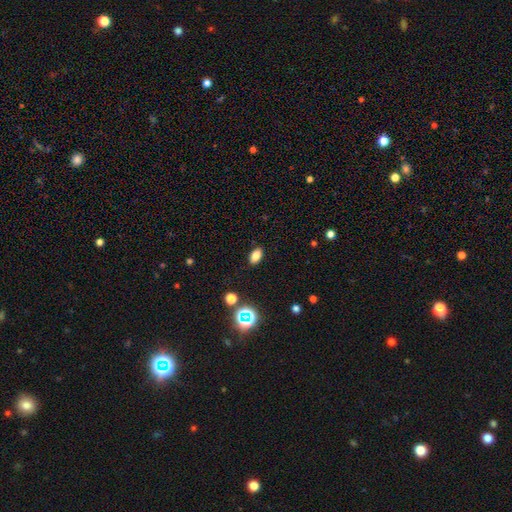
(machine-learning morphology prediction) smooth 80%, star or artifact 14%, featured or disk 6%. Down the decision tree: how rounded — in between (89%); merging — none (88%).